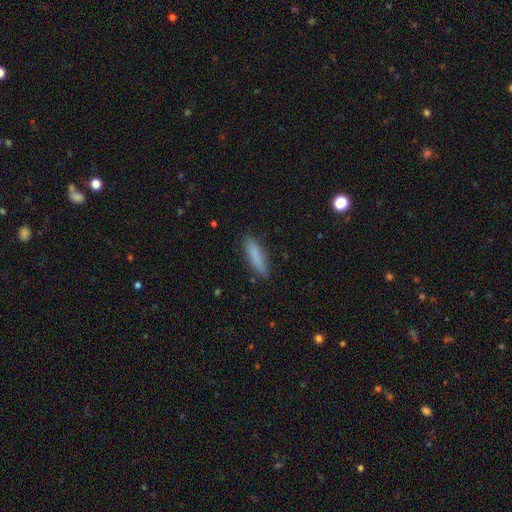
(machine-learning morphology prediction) The model was most divided on "how rounded": cigar-shaped: 72%, in between: 27%, round: 1%. More confident: merging — none (86%); smooth or featured — smooth (84%).